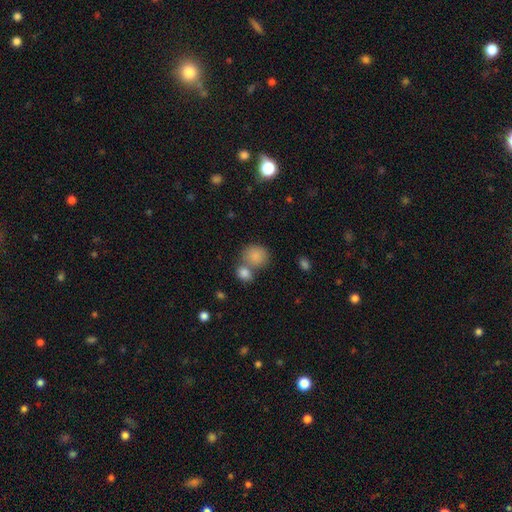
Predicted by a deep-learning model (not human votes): Smooth or featured?
  - smooth: 85% *
  - star or artifact: 8%
  - featured or disk: 7%
How rounded?
  - round: 74% *
  - in between: 25%
  - cigar-shaped: 1%
Merging?
  - none: 47% *
  - merger: 39%
  - minor disturbance: 10%
  - major disturbance: 4%